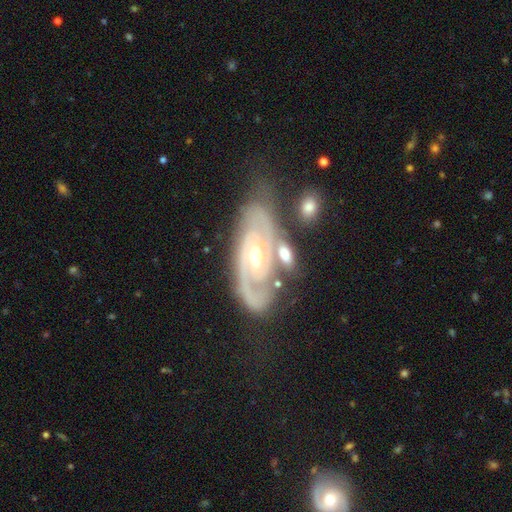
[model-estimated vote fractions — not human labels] Smooth or featured: featured or disk — 88% (smooth — 6%)
Edge-on disk: no — 94% (yes — 6%)
Bar: no — 55% (weak — 32%)
Spiral arms: yes — 95% (no — 5%)
Spiral winding: tight — 66% (medium — 29%)
Spiral arm count: 2 — 65% (can't tell — 16%)
Bulge size: moderate — 52% (small — 44%)
Merging: none — 58% (minor disturbance — 19%)